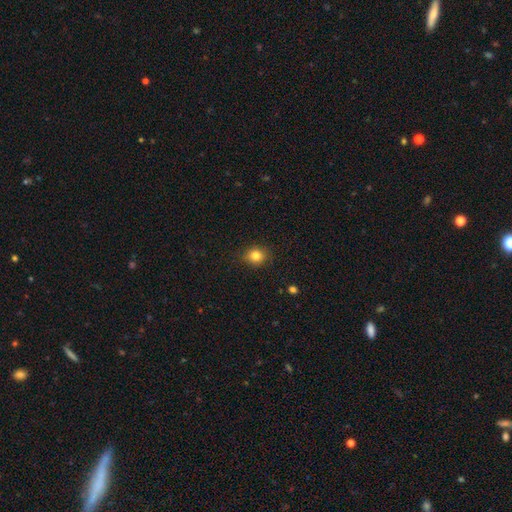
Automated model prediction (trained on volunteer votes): smooth 82%, star or artifact 11%, featured or disk 6%. Down the decision tree: how rounded — round (73%); merging — none (88%).